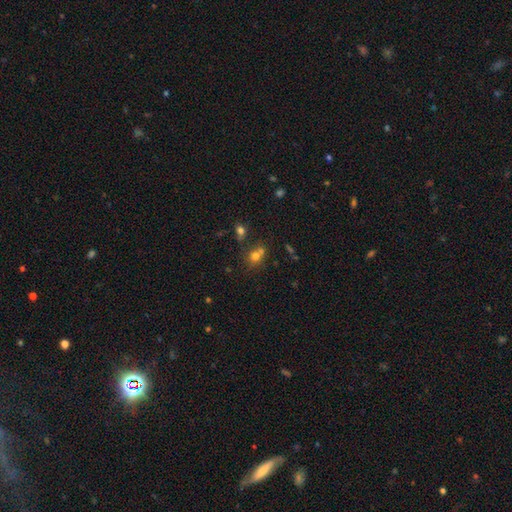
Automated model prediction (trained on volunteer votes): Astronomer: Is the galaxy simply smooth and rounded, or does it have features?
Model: smooth — 70%.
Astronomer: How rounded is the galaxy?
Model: round — 74%.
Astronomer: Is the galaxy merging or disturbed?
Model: none — 47% (runner-up: merger, 39%).